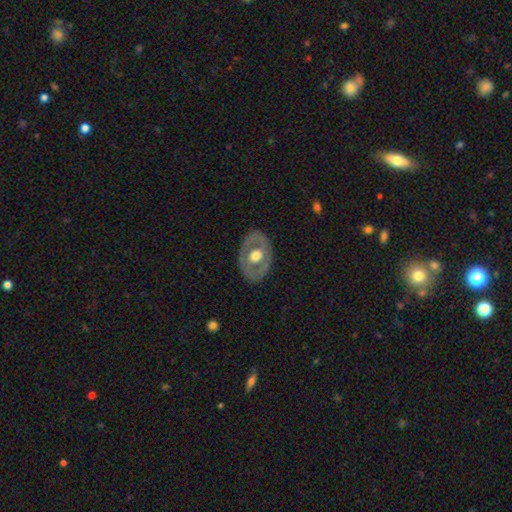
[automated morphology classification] A featured or disk galaxy (58%) with no bar (83%), no spiral arms (85%) and a moderate central bulge (58%). Merging: none (79%).